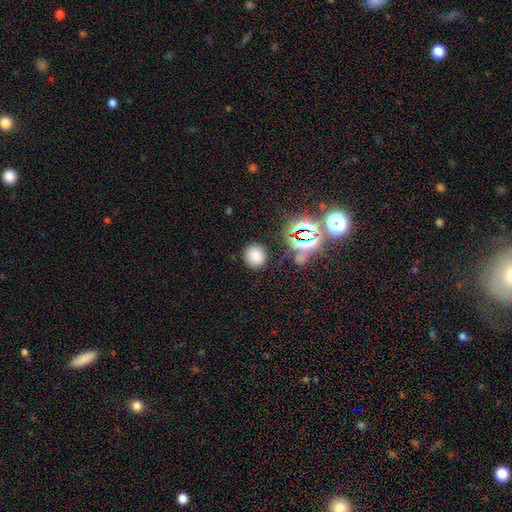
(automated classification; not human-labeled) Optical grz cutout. It shows a smooth galaxy with no disk features (74%) that is round (82%). Merging: none (83%).